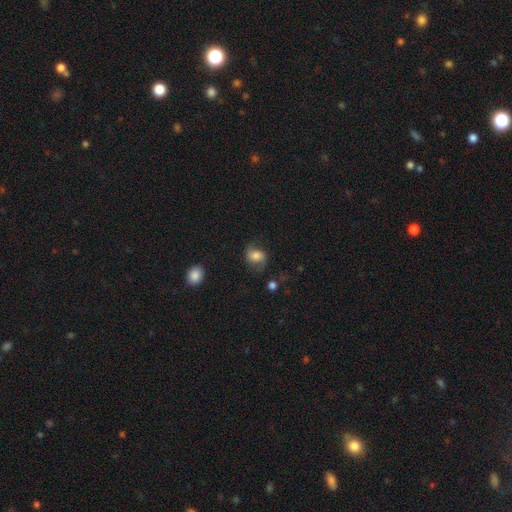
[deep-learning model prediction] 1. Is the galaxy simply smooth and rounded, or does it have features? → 53% smooth, 37% featured or disk, 10% star or artifact.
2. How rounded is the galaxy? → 50% in between, 48% round, 1% cigar-shaped.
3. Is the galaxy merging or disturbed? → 65% none, 21% minor disturbance, 12% major disturbance, 2% merger.